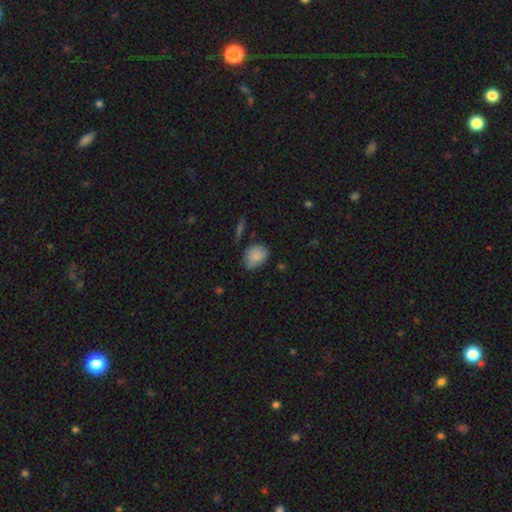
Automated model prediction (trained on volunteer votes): Q: Smooth or featured?
A: smooth (86%); runner-up: star or artifact (7%)
Q: How rounded?
A: in between (63%); runner-up: round (36%)
Q: Merging?
A: none (70%); runner-up: minor disturbance (22%)